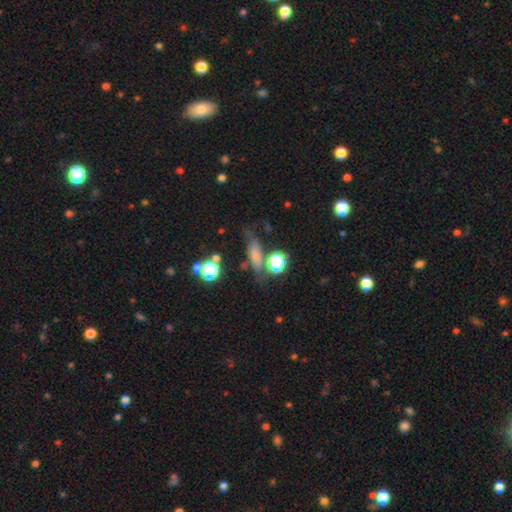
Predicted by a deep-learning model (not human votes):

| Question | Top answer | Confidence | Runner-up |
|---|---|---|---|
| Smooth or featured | smooth | 64% | featured or disk (19%) |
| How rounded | cigar-shaped | 47% | in between (39%) |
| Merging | none | 61% | minor disturbance (20%) |